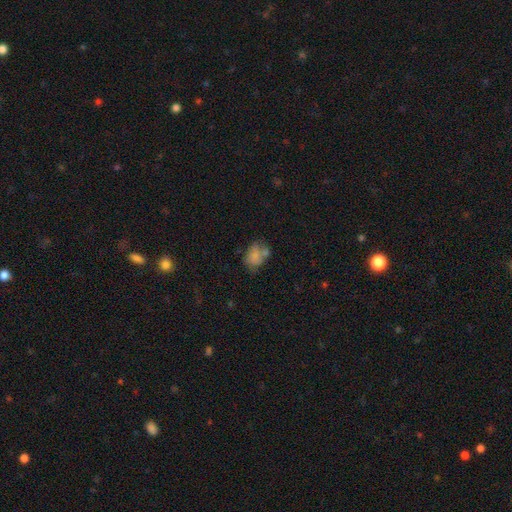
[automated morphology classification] A smooth galaxy with no disk features (65%) that is in between round and cigar-shaped (68%). Merging: none (38%).